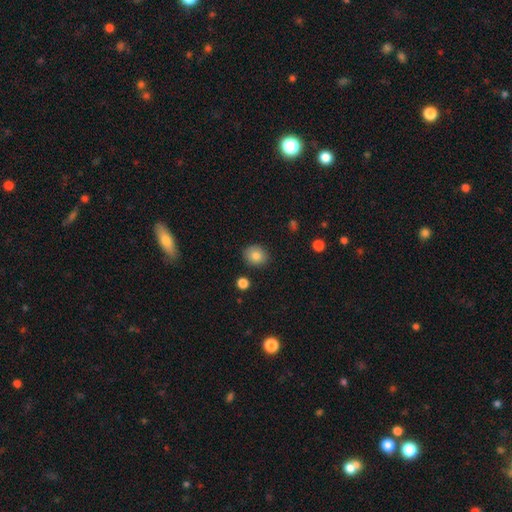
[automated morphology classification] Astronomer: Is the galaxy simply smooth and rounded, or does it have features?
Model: smooth — 82%.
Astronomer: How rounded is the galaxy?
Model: round — 72%.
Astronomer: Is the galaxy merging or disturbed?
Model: none — 86%.